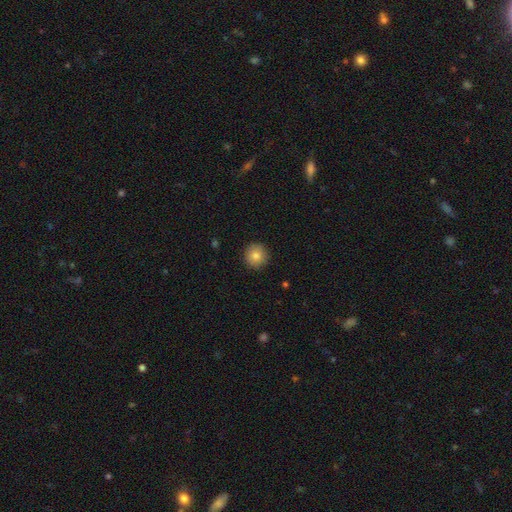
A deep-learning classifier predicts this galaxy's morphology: smooth_or_featured: smooth (p=0.83) [alt: star or artifact p=0.10]
how_rounded: round (p=0.94) [alt: in between p=0.05]
merging: none (p=0.91) [alt: minor disturbance p=0.06]